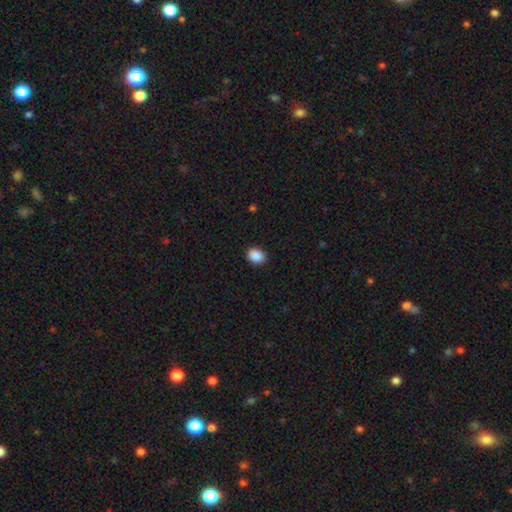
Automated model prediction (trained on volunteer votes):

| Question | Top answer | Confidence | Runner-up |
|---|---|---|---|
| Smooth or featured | smooth | 90% | star or artifact (8%) |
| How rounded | in between | 60% | round (39%) |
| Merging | none | 90% | minor disturbance (7%) |